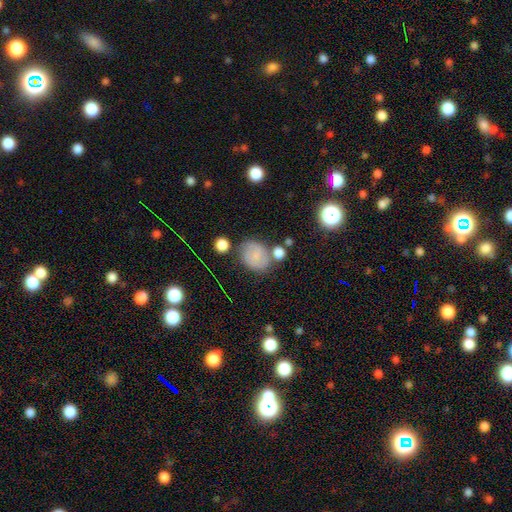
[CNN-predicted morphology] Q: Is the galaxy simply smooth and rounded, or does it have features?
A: smooth — 70%.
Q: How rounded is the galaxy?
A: round — 60%.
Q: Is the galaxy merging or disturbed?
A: none — 66%.